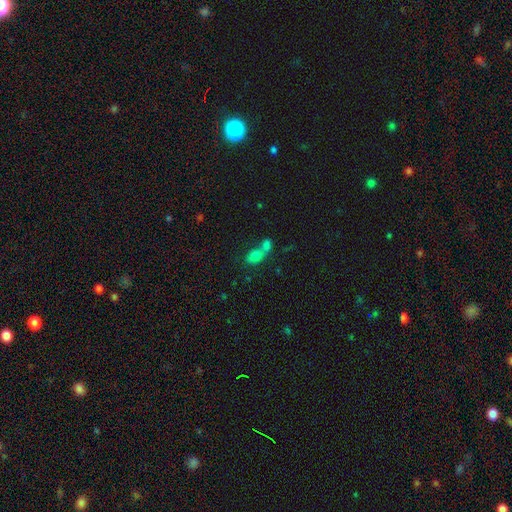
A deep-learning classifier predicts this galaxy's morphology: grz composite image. It shows a smooth galaxy with no disk features (72%) that is in between round and cigar-shaped (64%). Merging: merger (70%).